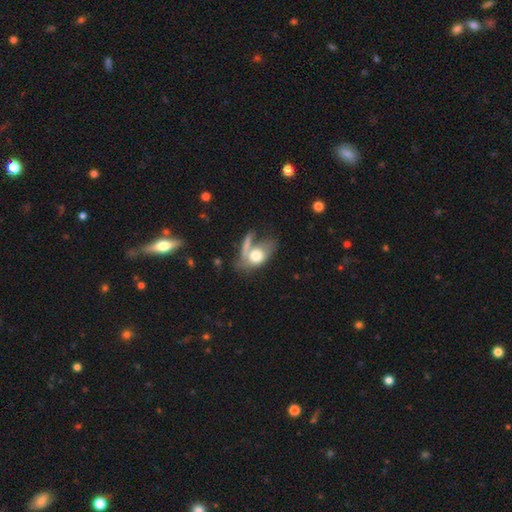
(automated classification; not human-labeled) A smooth galaxy with no disk features (64%) that is in between round and cigar-shaped (78%).

Vote fractions:
- Smooth or featured? smooth: 64% / featured or disk: 29% / star or artifact: 7%
- How rounded? in between: 78% / round: 18% / cigar-shaped: 5%
- Merging? merger: 35% / none: 27% / major disturbance: 22% / minor disturbance: 15%